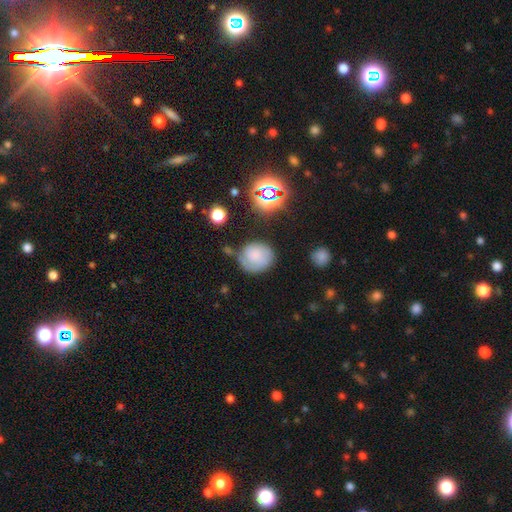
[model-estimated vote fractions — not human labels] Smooth or featured: smooth — 62% (featured or disk — 26%)
How rounded: round — 81% (in between — 18%)
Merging: none — 55% (minor disturbance — 27%)